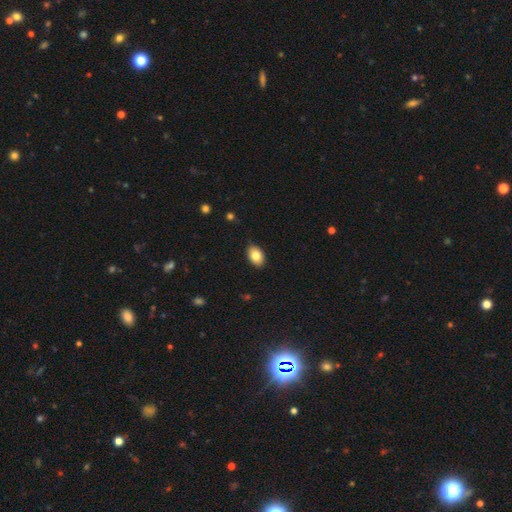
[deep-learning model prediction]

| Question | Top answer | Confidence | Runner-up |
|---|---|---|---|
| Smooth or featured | smooth | 83% | featured or disk (10%) |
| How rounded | in between | 87% | round (12%) |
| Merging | none | 86% | minor disturbance (11%) |